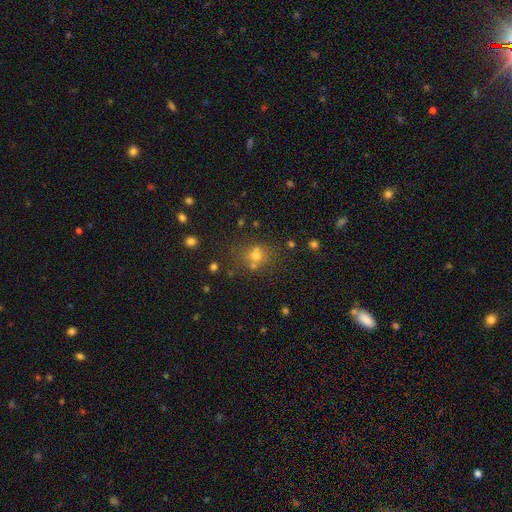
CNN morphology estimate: Q: Smooth or featured?
A: smooth (61%); runner-up: star or artifact (26%)
Q: How rounded?
A: round (73%); runner-up: in between (26%)
Q: Merging?
A: none (61%); runner-up: merger (21%)